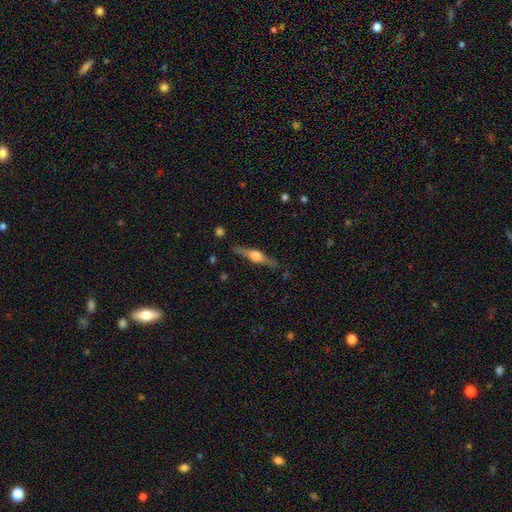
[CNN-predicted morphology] Smooth or featured? Predicted: featured or disk (p=0.74). Edge-on disk? Predicted: yes (p=0.97). Edge-on bulge? Predicted: rounded (p=0.93). Merging? Predicted: none (p=0.87).